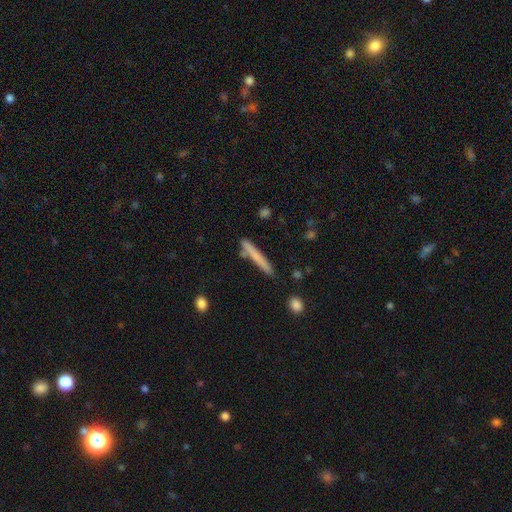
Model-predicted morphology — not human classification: Smooth or featured?
  - smooth: 68% *
  - featured or disk: 26%
  - star or artifact: 6%
How rounded?
  - cigar-shaped: 96% *
  - in between: 3%
  - round: 1%
Merging?
  - none: 80% *
  - minor disturbance: 12%
  - merger: 5%
  - major disturbance: 2%